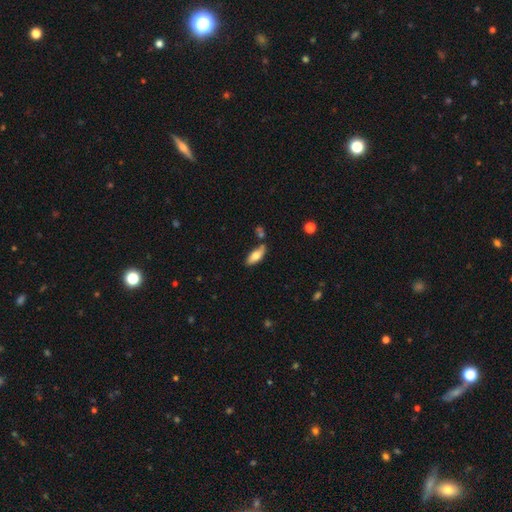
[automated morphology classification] smooth 75%, featured or disk 18%, star or artifact 6%. Down the decision tree: how rounded — in between (78%); merging — none (69%).